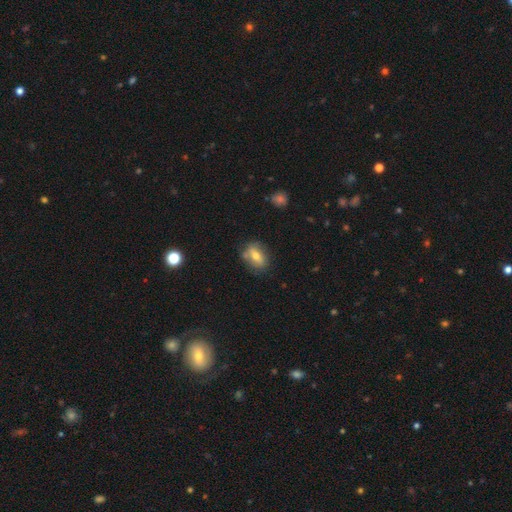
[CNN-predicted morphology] Smooth or featured? smooth (61%)
How rounded? in between (73%)
Merging? none (70%)